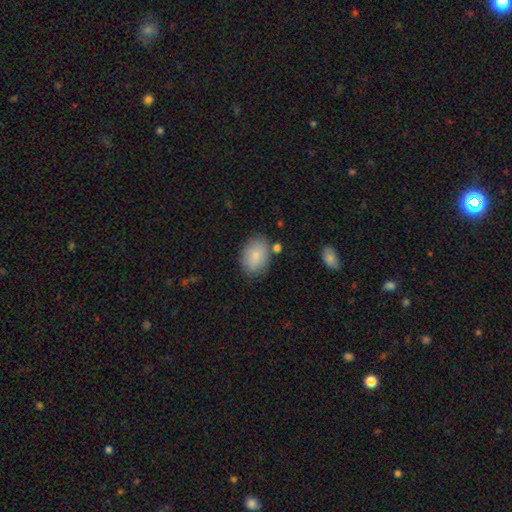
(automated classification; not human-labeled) smooth_or_featured: smooth (p=0.84) [alt: featured or disk p=0.09]
how_rounded: in between (p=0.80) [alt: round p=0.19]
merging: none (p=0.76) [alt: minor disturbance p=0.15]